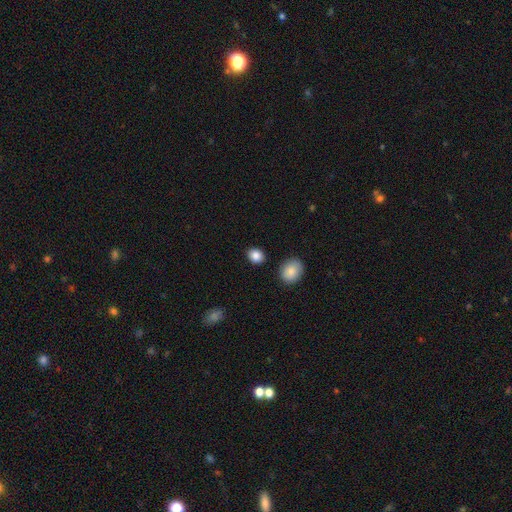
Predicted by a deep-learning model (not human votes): Smooth or featured: smooth — 87% (star or artifact — 9%)
How rounded: round — 54% (in between — 45%)
Merging: none — 87% (minor disturbance — 8%)